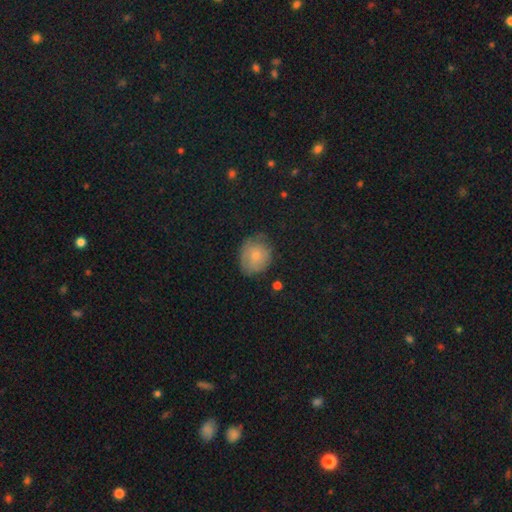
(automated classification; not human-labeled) Q: Smooth or featured?
A: smooth (67%); runner-up: featured or disk (24%)
Q: How rounded?
A: round (66%); runner-up: in between (33%)
Q: Merging?
A: none (61%); runner-up: minor disturbance (28%)